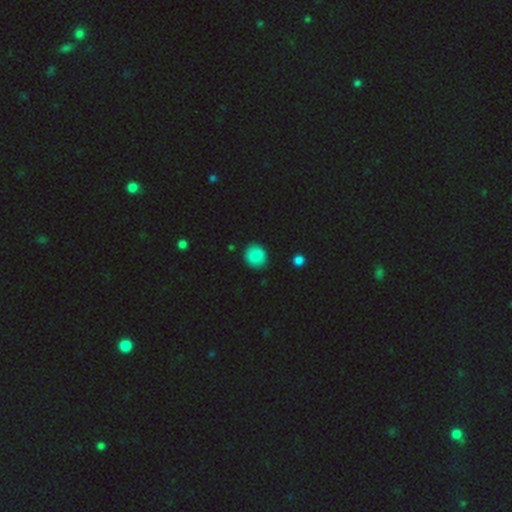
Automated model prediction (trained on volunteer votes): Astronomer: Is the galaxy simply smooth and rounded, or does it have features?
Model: smooth — 86%.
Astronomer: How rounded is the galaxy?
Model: round — 81%.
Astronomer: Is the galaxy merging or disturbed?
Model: none — 88%.